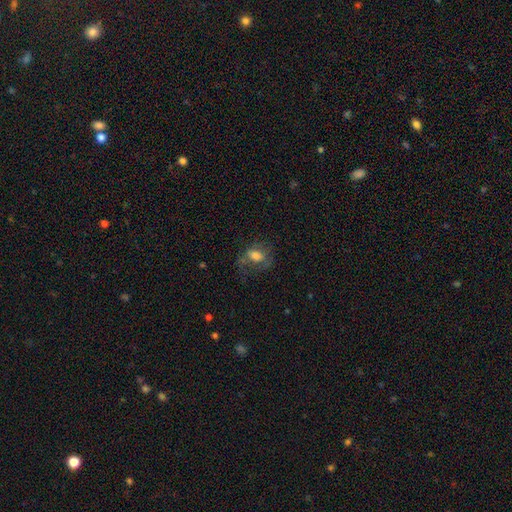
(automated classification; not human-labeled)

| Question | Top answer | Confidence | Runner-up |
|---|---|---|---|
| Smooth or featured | smooth | 58% | featured or disk (32%) |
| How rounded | in between | 72% | round (25%) |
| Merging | none | 42% | major disturbance (32%) |